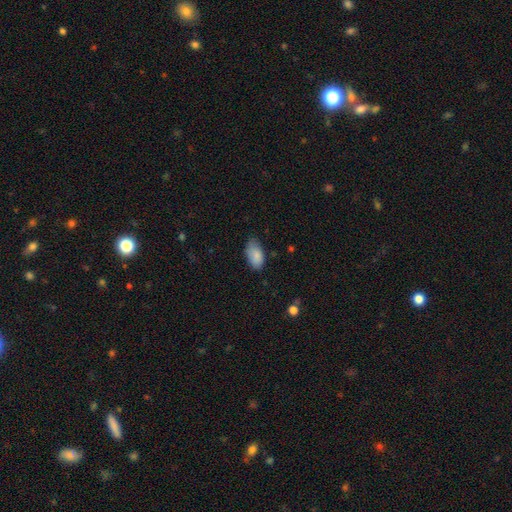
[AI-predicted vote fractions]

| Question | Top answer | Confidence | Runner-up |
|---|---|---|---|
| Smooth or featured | smooth | 86% | star or artifact (7%) |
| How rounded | in between | 94% | round (3%) |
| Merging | none | 66% | minor disturbance (28%) |